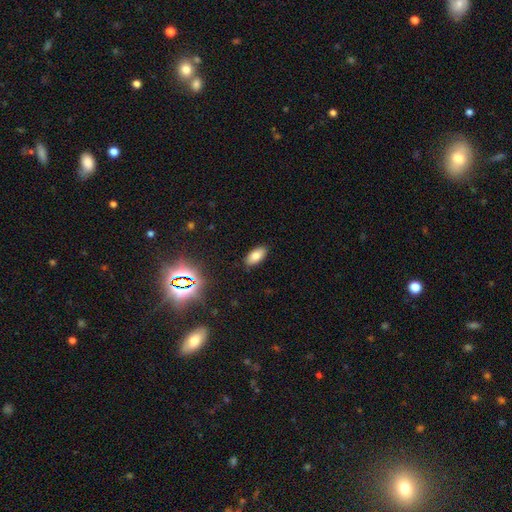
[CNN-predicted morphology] This appears to be a smooth galaxy with no disk features (79%) that is in between round and cigar-shaped (91%). Merging: none (88%).